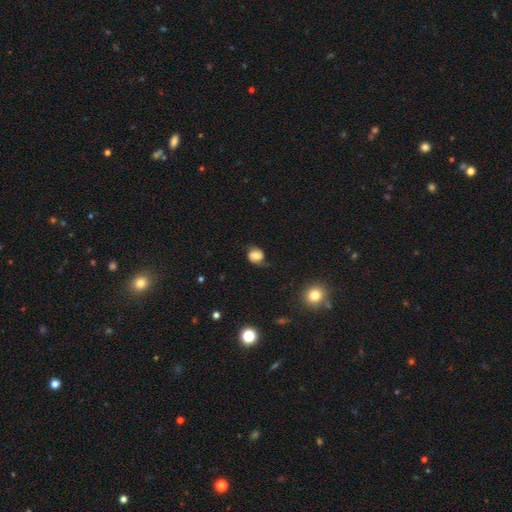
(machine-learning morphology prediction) This appears to be a smooth galaxy with no disk features (50%) that is round (57%). Merging: none (58%).